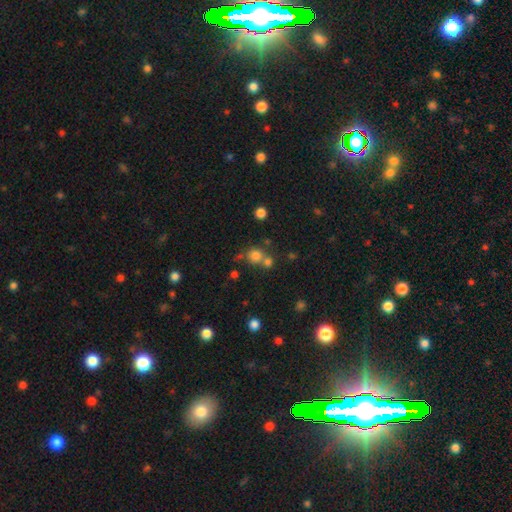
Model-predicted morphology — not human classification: Overall: smooth (74%). How rounded: round (88%). Merging: none (55%; merger 33%).